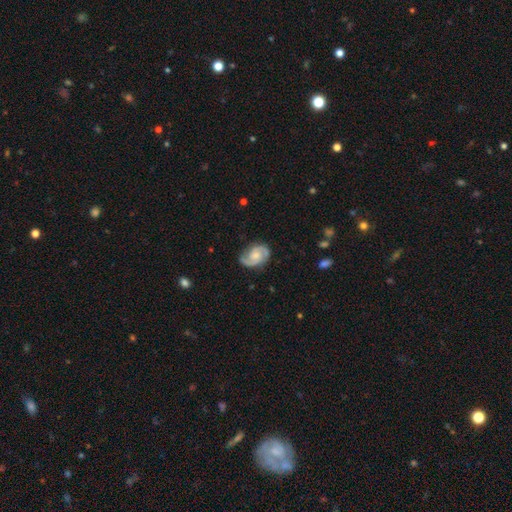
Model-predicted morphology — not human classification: Smooth or featured?
  - featured or disk: 87% *
  - smooth: 8%
  - star or artifact: 5%
Edge-on disk?
  - no: 98% *
  - yes: 2%
Bar?
  - no: 62% *
  - weak: 33%
  - strong: 5%
Spiral arms?
  - yes: 98% *
  - no: 2%
Spiral winding?
  - medium: 52% *
  - tight: 35%
  - loose: 13%
Spiral arm count?
  - 2: 92% *
  - can't tell: 3%
  - 3: 2%
  - 1: 2%
  - 4: 1%
  - more than 4: 1%
Bulge size?
  - moderate: 44% *
  - small: 37%
  - none: 13%
  - large: 5%
  - dominant: 1%
Merging?
  - none: 81% *
  - minor disturbance: 14%
  - major disturbance: 4%
  - merger: 1%